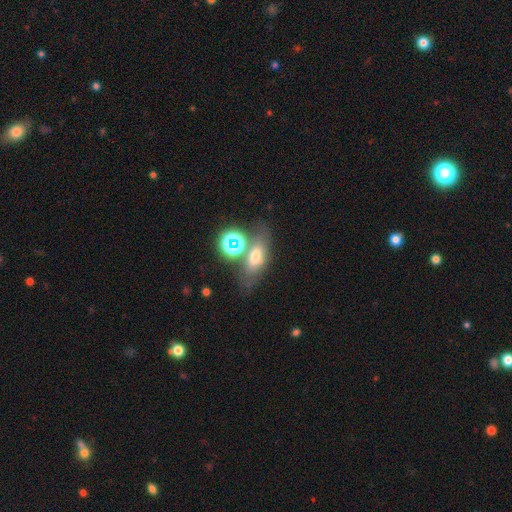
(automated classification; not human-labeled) This is possibly a smooth galaxy (54%). How rounded: likely in between (68%). Merging: possibly none (54%).